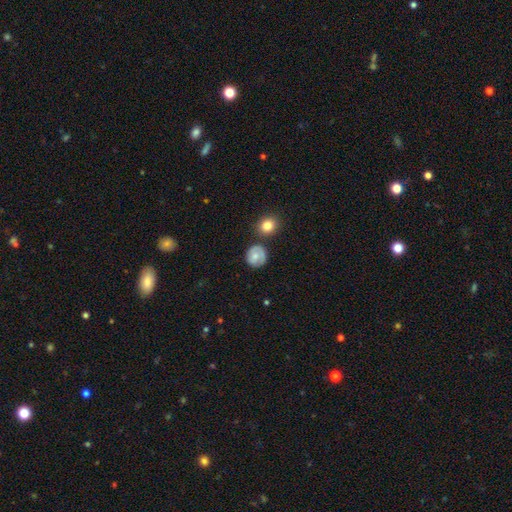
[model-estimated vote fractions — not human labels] Smooth or featured? Predicted: smooth (p=0.53). How rounded? Predicted: round (p=0.78). Merging? Predicted: none (p=0.66).